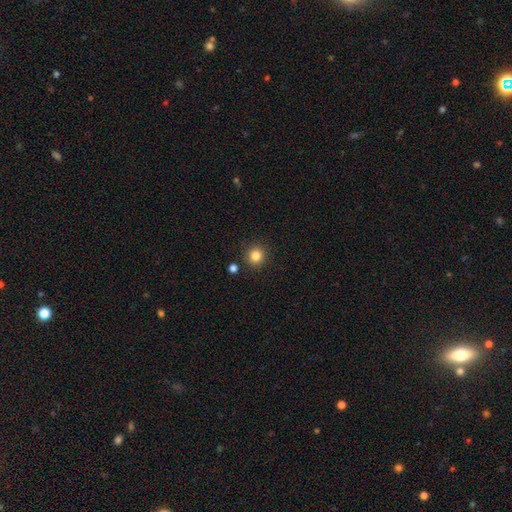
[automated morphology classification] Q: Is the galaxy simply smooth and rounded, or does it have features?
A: smooth — 84%.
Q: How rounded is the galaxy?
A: round — 92%.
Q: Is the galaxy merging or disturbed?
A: none — 89%.